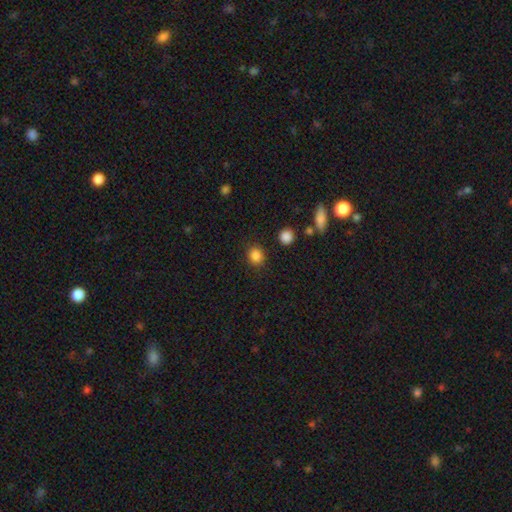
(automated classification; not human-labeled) This appears to be a smooth galaxy with no disk features (85%) that is round (77%). Merging: none (88%).